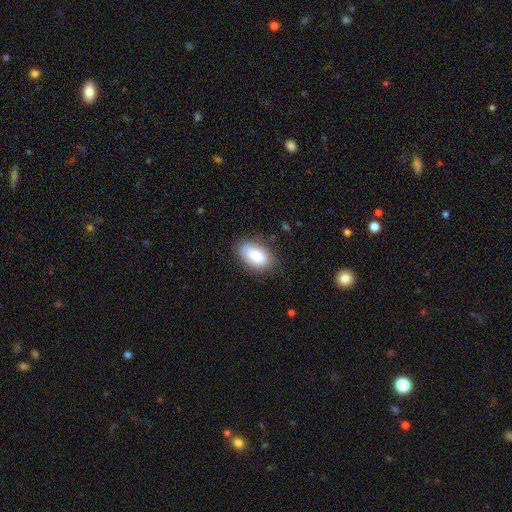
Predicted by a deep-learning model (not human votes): Q: Smooth or featured?
A: smooth (82%); runner-up: featured or disk (11%)
Q: How rounded?
A: in between (92%); runner-up: round (5%)
Q: Merging?
A: none (73%); runner-up: minor disturbance (20%)